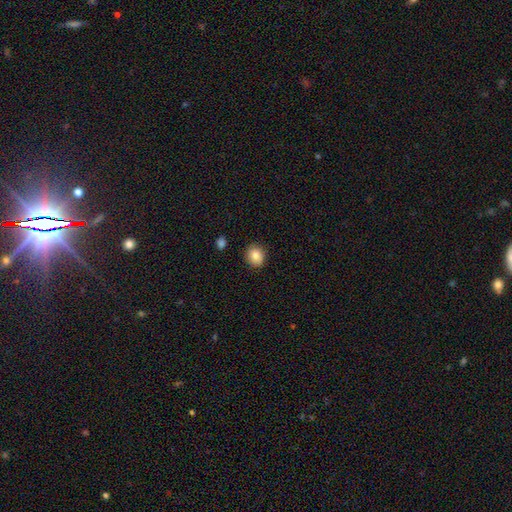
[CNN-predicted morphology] type=smooth (86%); roundness=round (74%); merging=none (89%).